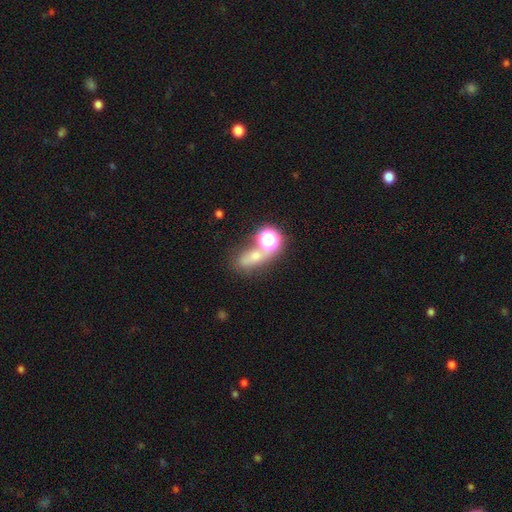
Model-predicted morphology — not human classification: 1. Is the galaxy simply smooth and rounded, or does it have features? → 54% smooth, 28% star or artifact, 17% featured or disk.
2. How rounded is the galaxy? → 54% in between, 39% round, 7% cigar-shaped.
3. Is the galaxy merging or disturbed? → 45% none, 31% merger, 14% minor disturbance, 11% major disturbance.